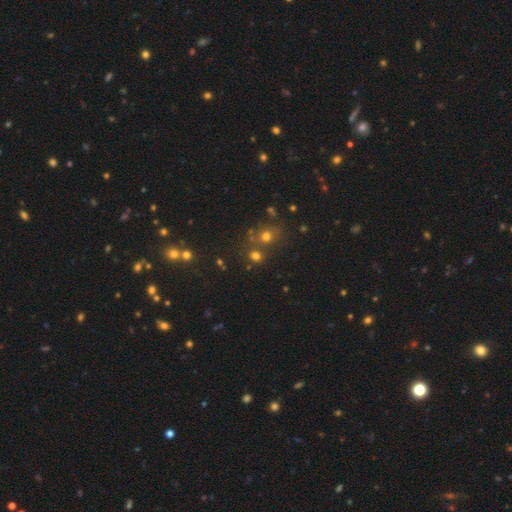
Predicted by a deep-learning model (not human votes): This appears to be a smooth galaxy with no disk features (65%) that is round (80%). Merging: none (66%).